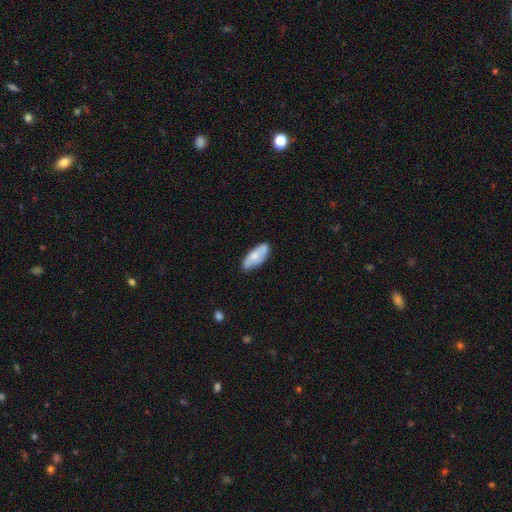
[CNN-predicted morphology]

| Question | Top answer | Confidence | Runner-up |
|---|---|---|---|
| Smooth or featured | smooth | 67% | featured or disk (27%) |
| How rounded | in between | 77% | cigar-shaped (21%) |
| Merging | none | 72% | minor disturbance (22%) |